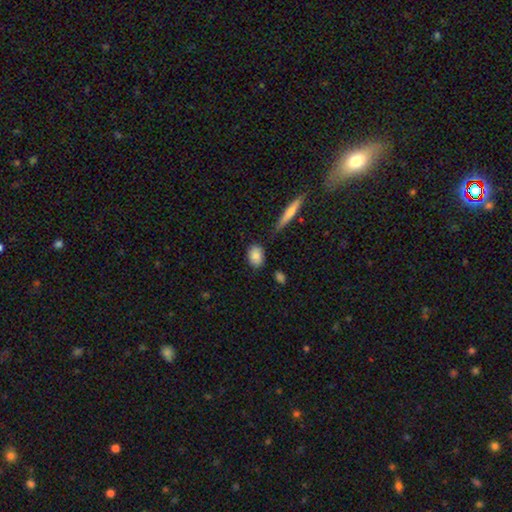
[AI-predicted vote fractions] Q: Smooth or featured?
A: smooth (87%); runner-up: star or artifact (7%)
Q: How rounded?
A: in between (74%); runner-up: round (22%)
Q: Merging?
A: none (78%); runner-up: minor disturbance (14%)